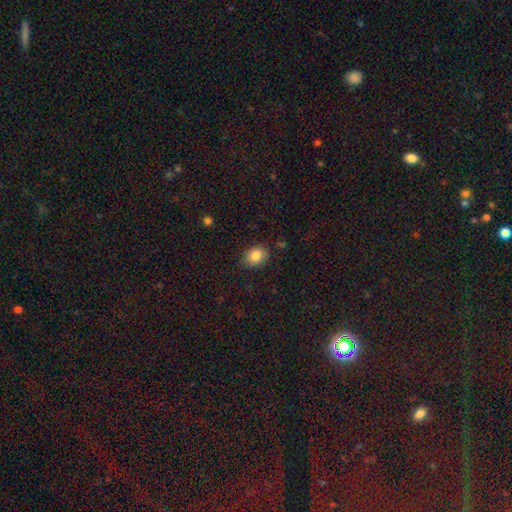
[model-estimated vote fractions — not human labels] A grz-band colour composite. It shows a smooth galaxy with no disk features (84%) that is in between round and cigar-shaped (62%). Merging: none (81%).